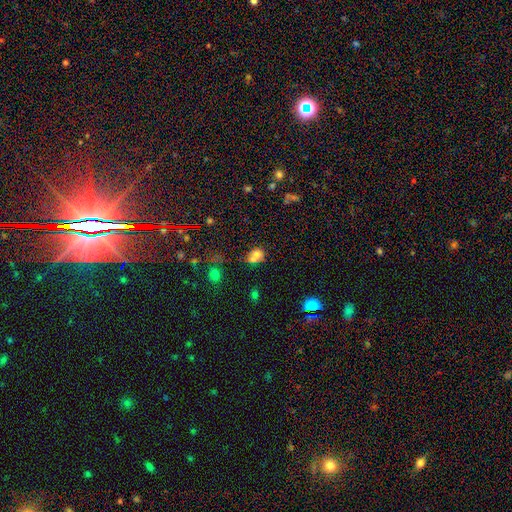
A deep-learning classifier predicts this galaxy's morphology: Q: Smooth or featured?
A: smooth (70%); runner-up: star or artifact (16%)
Q: How rounded?
A: round (60%); runner-up: in between (39%)
Q: Merging?
A: merger (44%); runner-up: none (36%)